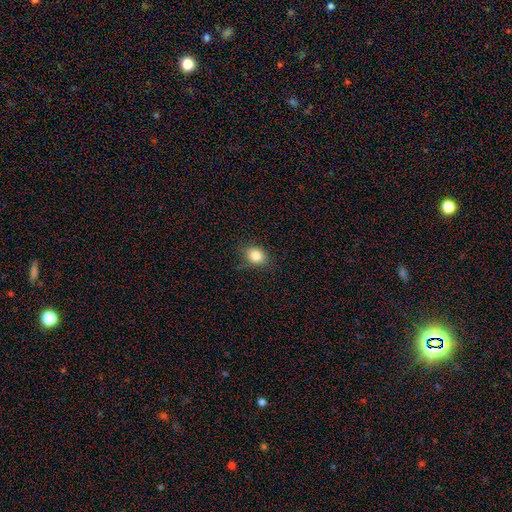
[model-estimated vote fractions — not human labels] The model was most divided on "how rounded": round: 51%, in between: 48%, cigar-shaped: 1%. More confident: smooth or featured — smooth (84%); merging — none (80%).